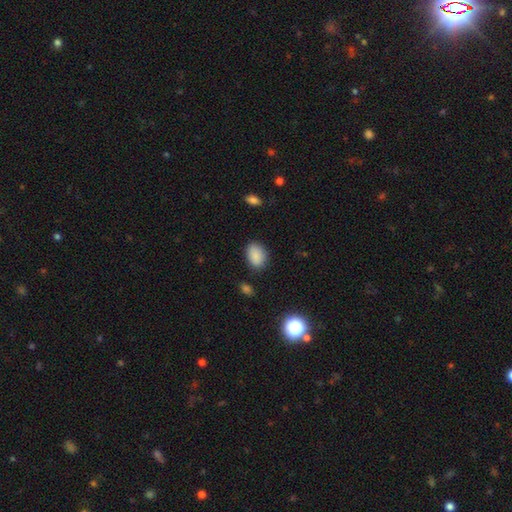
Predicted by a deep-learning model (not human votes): The model was most divided on "how rounded": in between: 79%, round: 19%, cigar-shaped: 1%. More confident: smooth or featured — smooth (87%); merging — none (81%).